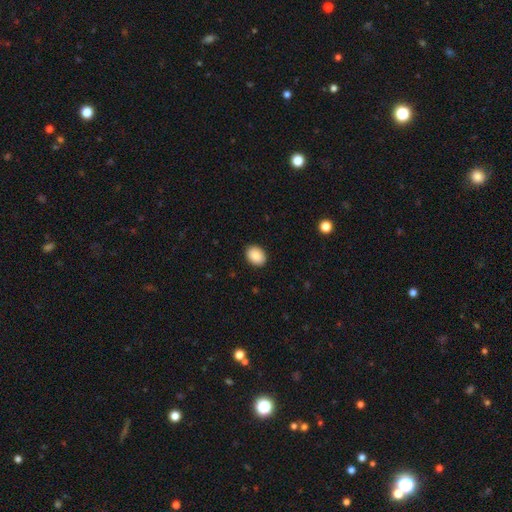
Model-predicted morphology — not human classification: Smooth or featured?
  - smooth: 89% *
  - star or artifact: 7%
  - featured or disk: 4%
How rounded?
  - in between: 66% *
  - round: 33%
  - cigar-shaped: 1%
Merging?
  - none: 91% *
  - minor disturbance: 7%
  - major disturbance: 2%
  - merger: 1%